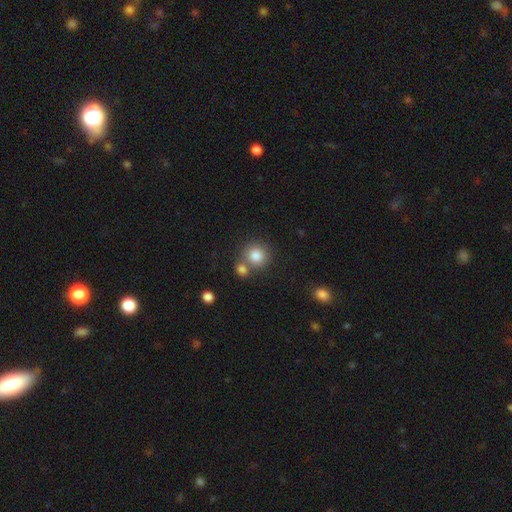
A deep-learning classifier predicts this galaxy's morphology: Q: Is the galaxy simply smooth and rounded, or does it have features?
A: smooth — 83%.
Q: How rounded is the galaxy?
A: round — 89%.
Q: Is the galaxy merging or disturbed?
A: none — 58%.